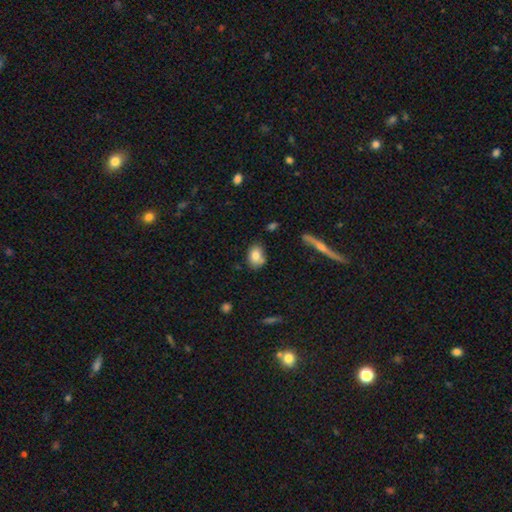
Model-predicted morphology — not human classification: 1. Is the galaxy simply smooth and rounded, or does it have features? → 78% smooth, 14% featured or disk, 9% star or artifact.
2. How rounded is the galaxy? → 71% in between, 27% round, 2% cigar-shaped.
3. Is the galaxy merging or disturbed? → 65% none, 24% minor disturbance, 6% merger, 5% major disturbance.